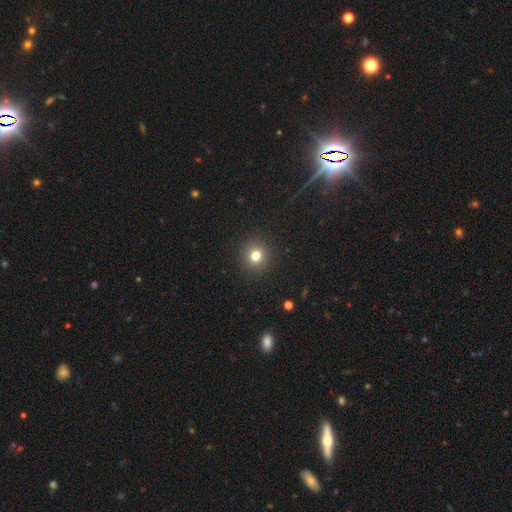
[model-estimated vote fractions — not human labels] A smooth galaxy with no disk features (79%) that is round (92%). Merging: none (92%).